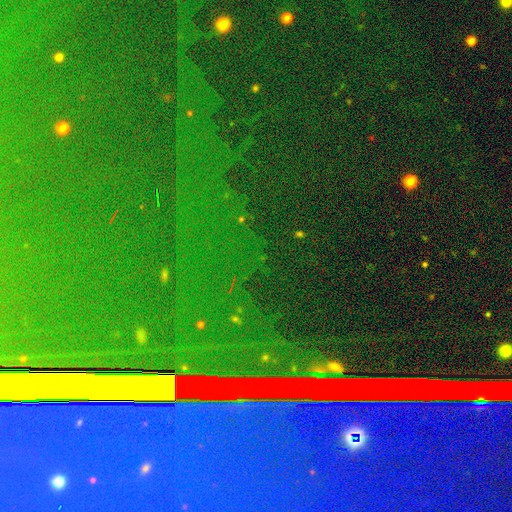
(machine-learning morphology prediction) smooth-or-featured: star or artifact: 86% | smooth: 7% | featured or disk: 7%